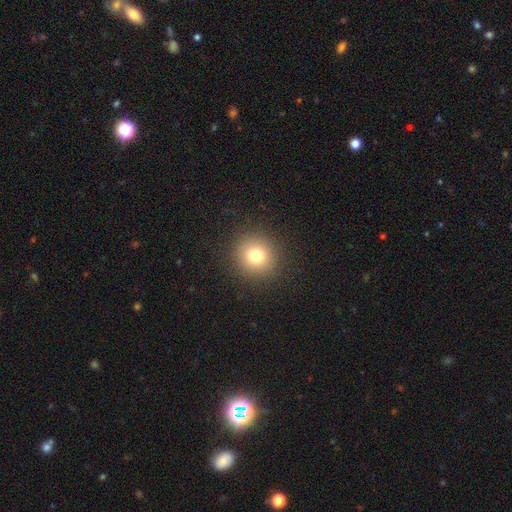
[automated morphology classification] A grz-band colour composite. It shows a smooth galaxy with no disk features (78%) that is round (93%). Merging: none (91%).